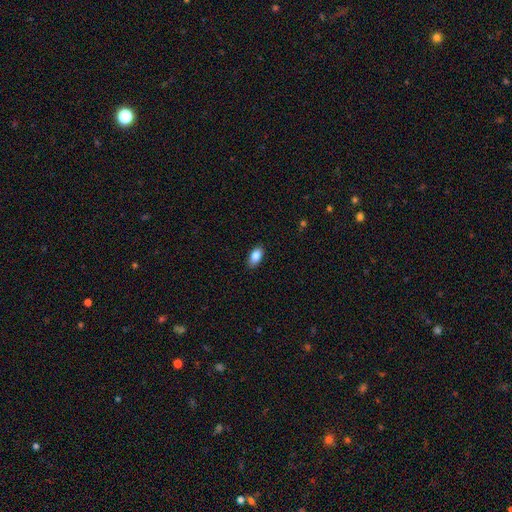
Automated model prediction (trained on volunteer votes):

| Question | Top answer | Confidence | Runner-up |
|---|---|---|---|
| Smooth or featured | smooth | 87% | star or artifact (7%) |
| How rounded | in between | 92% | round (5%) |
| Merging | none | 86% | minor disturbance (11%) |